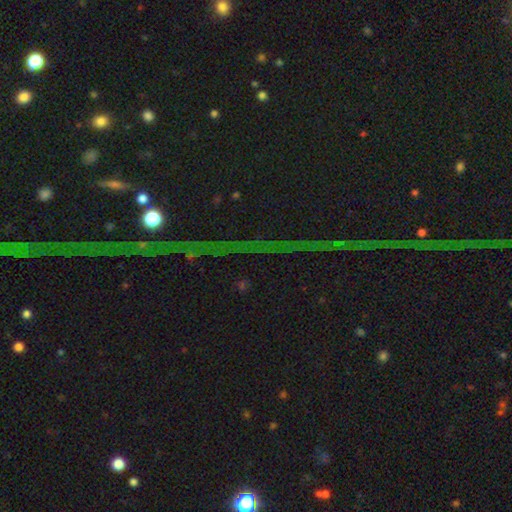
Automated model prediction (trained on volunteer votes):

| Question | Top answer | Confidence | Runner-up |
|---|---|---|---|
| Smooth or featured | star or artifact | 82% | featured or disk (10%) |